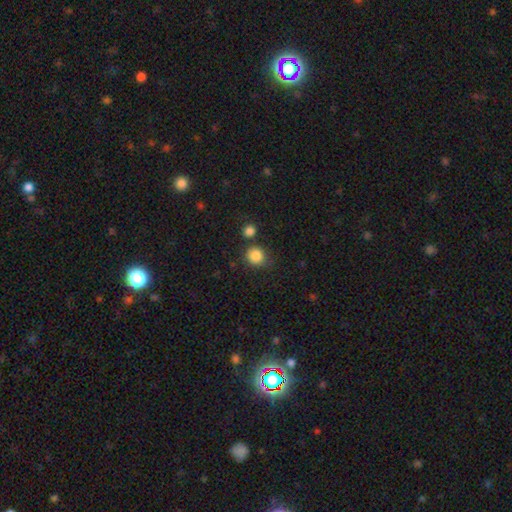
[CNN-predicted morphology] A smooth galaxy with no disk features (85%) that is round (87%). Merging: none (75%).